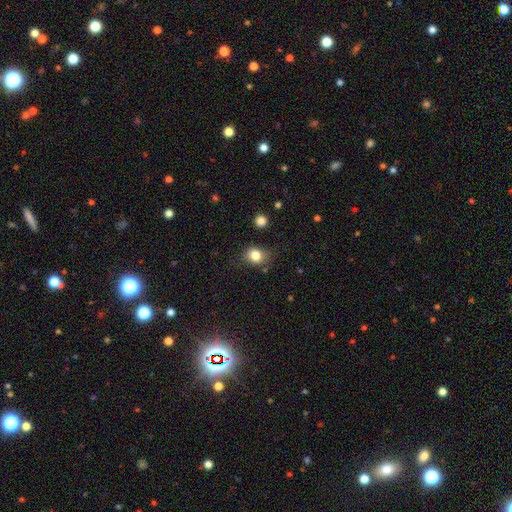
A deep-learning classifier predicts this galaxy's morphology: A smooth galaxy with no disk features (80%) that is round (63%). Merging: none (72%).